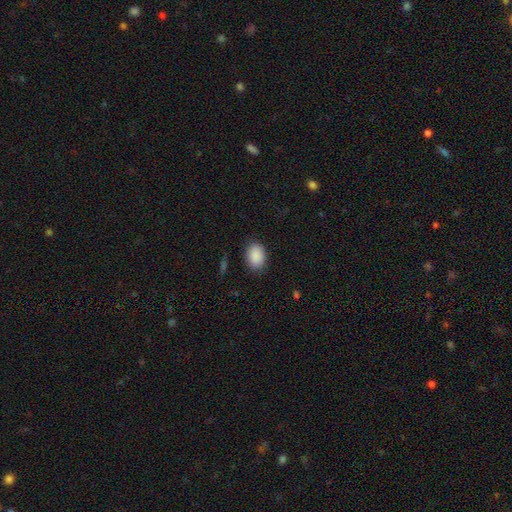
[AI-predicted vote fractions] Smooth or featured? smooth (90%)
How rounded? in between (81%)
Merging? none (86%)